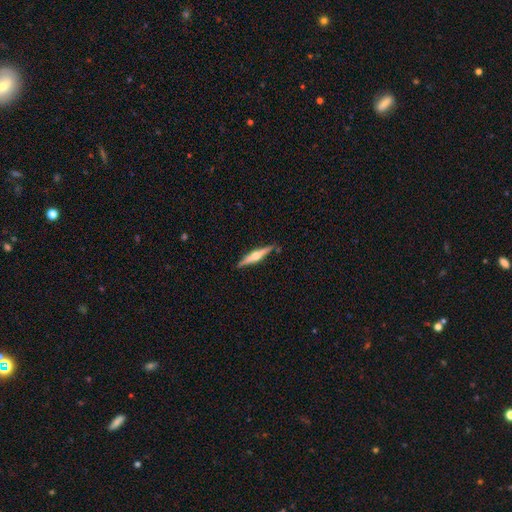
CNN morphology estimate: This is likely a featured or disk galaxy (70%). It is clearly viewed edge-on (98%). Edge-on bulge: clearly rounded (91%). Merging: clearly none (88%).